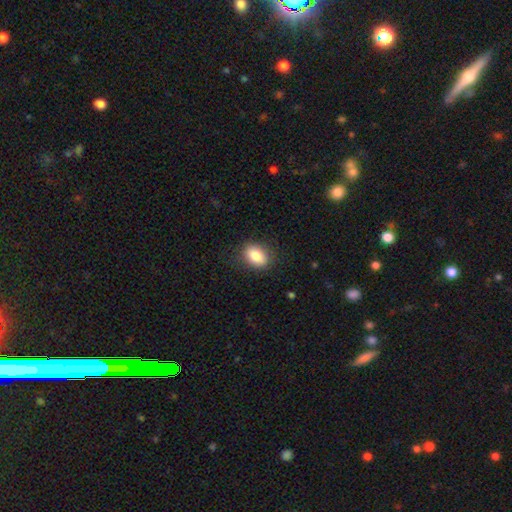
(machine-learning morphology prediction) Smooth or featured? Predicted: smooth (p=0.86). How rounded? Predicted: in between (p=0.82). Merging? Predicted: none (p=0.84).